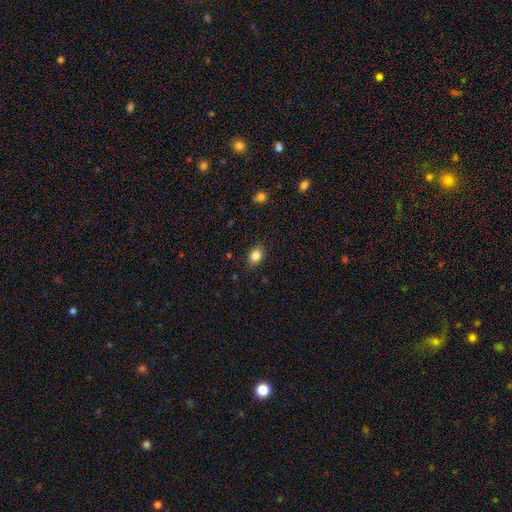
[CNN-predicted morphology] smooth_or_featured: smooth (p=0.84) [alt: star or artifact p=0.10]
how_rounded: in between (p=0.73) [alt: round p=0.26]
merging: none (p=0.86) [alt: minor disturbance p=0.11]